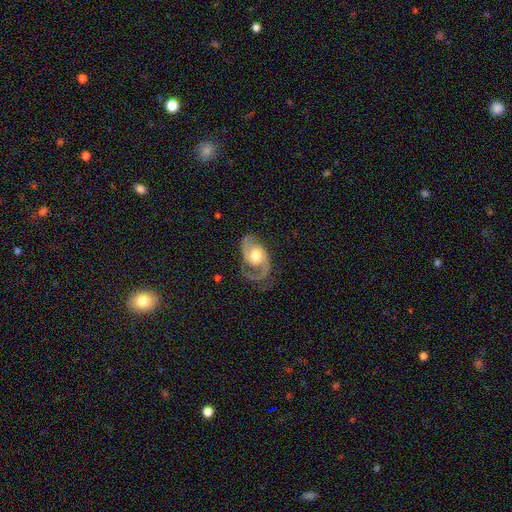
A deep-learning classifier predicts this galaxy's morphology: Smooth or featured?
  - featured or disk: 90% *
  - smooth: 6%
  - star or artifact: 4%
Edge-on disk?
  - no: 97% *
  - yes: 3%
Bar?
  - no: 65% *
  - weak: 29%
  - strong: 7%
Spiral arms?
  - yes: 97% *
  - no: 3%
Spiral winding?
  - medium: 53% *
  - tight: 30%
  - loose: 18%
Spiral arm count?
  - 2: 89% *
  - 1: 5%
  - can't tell: 3%
  - 3: 1%
  - 4: 1%
  - more than 4: 1%
Bulge size?
  - moderate: 70% *
  - large: 17%
  - small: 10%
  - none: 1%
  - dominant: 1%
Merging?
  - none: 68% *
  - minor disturbance: 19%
  - major disturbance: 11%
  - merger: 1%